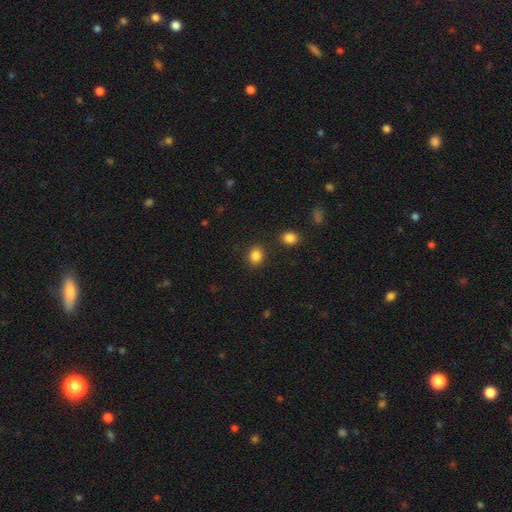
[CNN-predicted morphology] type=smooth (85%); roundness=round (60%); merging=none (86%).